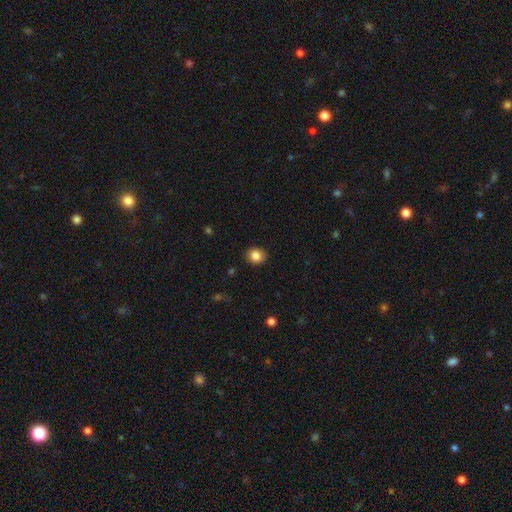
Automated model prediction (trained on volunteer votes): The model was most divided on "how rounded": round: 71%, in between: 28%, cigar-shaped: 1%. More confident: merging — none (88%); smooth or featured — smooth (85%).